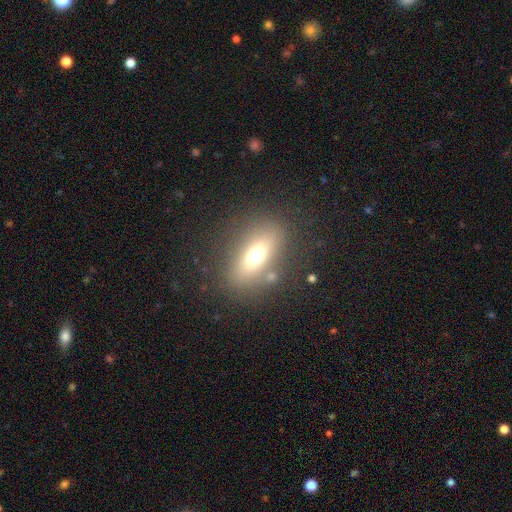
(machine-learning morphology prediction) Smooth or featured?
  - smooth: 63% *
  - featured or disk: 23%
  - star or artifact: 14%
How rounded?
  - in between: 72% *
  - round: 15%
  - cigar-shaped: 13%
Merging?
  - none: 78% *
  - minor disturbance: 11%
  - major disturbance: 6%
  - merger: 5%